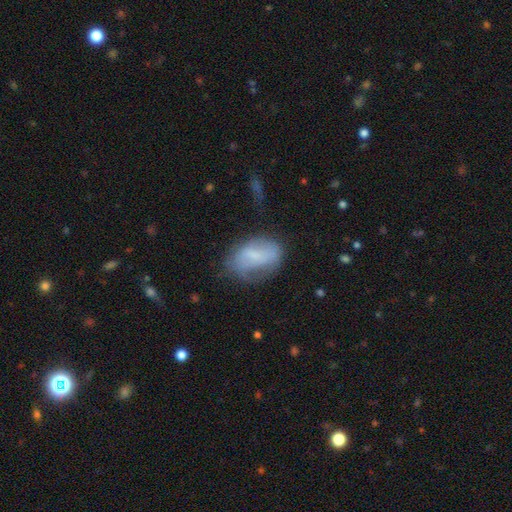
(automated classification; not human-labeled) A smooth galaxy with no disk features (60%) that is in between round and cigar-shaped (89%).

Vote fractions:
- Smooth or featured? smooth: 60% / featured or disk: 31% / star or artifact: 9%
- How rounded? in between: 89% / round: 9% / cigar-shaped: 2%
- Merging? none: 54% / minor disturbance: 29% / major disturbance: 14% / merger: 2%